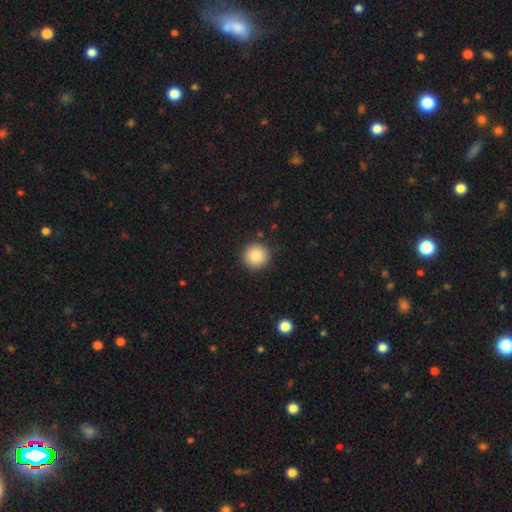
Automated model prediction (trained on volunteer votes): A smooth galaxy with no disk features (87%) that is round (95%).

Vote fractions:
- Smooth or featured? smooth: 87% / star or artifact: 8% / featured or disk: 5%
- How rounded? round: 95% / in between: 4% / cigar-shaped: 1%
- Merging? none: 91% / minor disturbance: 6% / major disturbance: 2% / merger: 1%